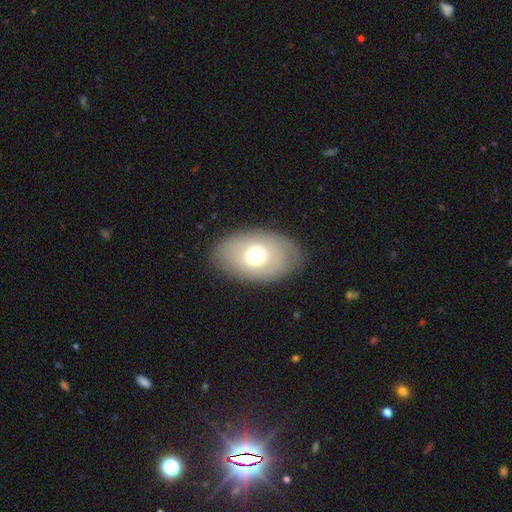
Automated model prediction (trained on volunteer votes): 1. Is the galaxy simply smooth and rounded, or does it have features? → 62% smooth, 29% featured or disk, 8% star or artifact.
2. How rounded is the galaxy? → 85% in between, 14% round, 1% cigar-shaped.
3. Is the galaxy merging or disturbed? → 83% none, 11% minor disturbance, 5% major disturbance, 1% merger.